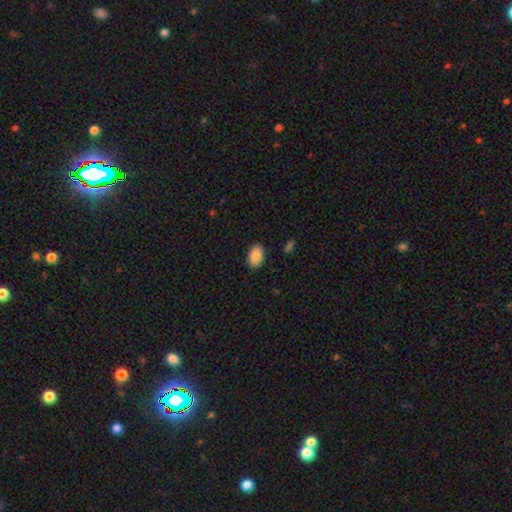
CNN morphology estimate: Overall: smooth (89%). How rounded: in between (91%). Merging: none (88%).